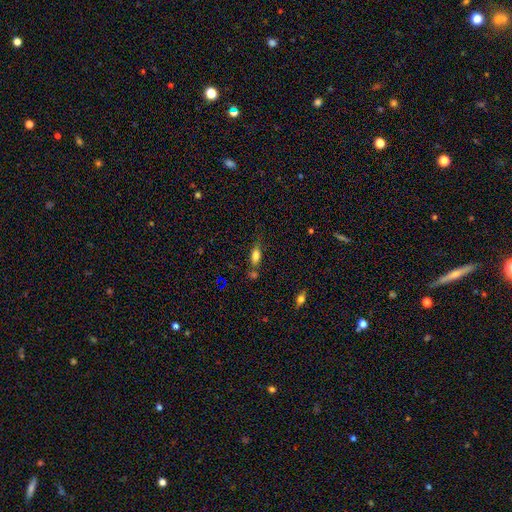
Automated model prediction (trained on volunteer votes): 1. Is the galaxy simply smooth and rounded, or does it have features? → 78% smooth, 12% star or artifact, 10% featured or disk.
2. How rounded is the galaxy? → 80% in between, 15% cigar-shaped, 5% round.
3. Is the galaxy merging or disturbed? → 58% none, 19% minor disturbance, 16% merger, 7% major disturbance.